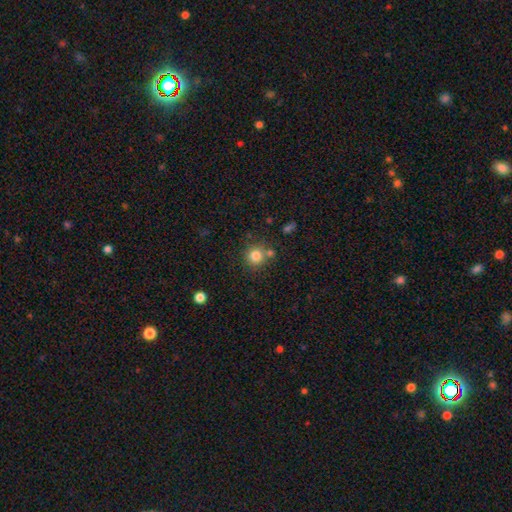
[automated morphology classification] Q: Smooth or featured?
A: smooth (82%); runner-up: star or artifact (12%)
Q: How rounded?
A: round (92%); runner-up: in between (8%)
Q: Merging?
A: none (74%); runner-up: merger (13%)